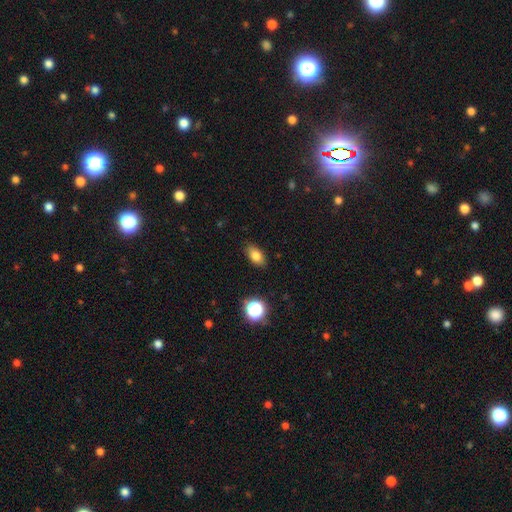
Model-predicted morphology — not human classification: A smooth galaxy with no disk features (80%) that is in between round and cigar-shaped (87%). Merging: none (86%).